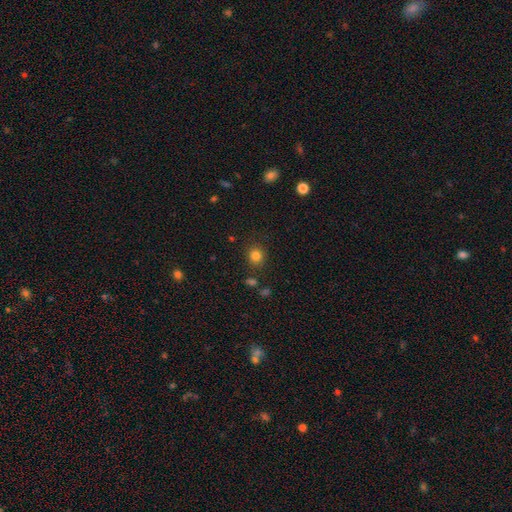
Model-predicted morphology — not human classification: smooth 81%, star or artifact 13%, featured or disk 5%. Down the decision tree: how rounded — round (85%); merging — none (86%).